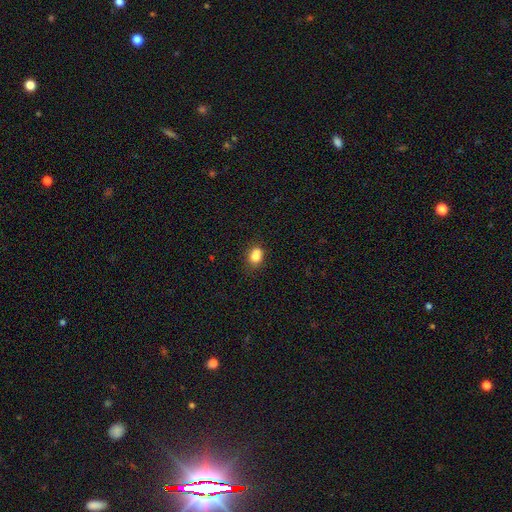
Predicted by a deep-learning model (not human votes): This appears to be a smooth galaxy with no disk features (78%) that is in between round and cigar-shaped (52%). Merging: none (46%).